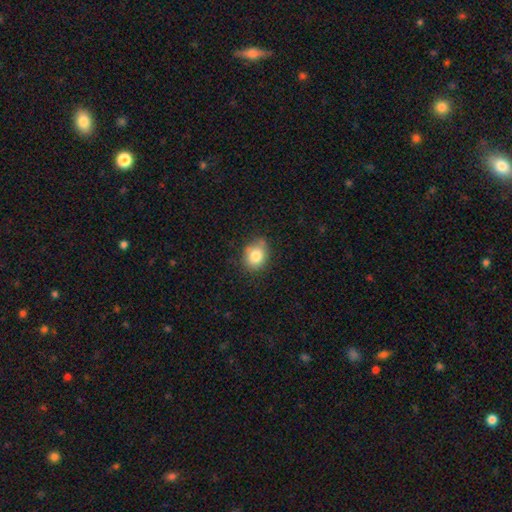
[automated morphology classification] Smooth or featured: smooth — 81% (star or artifact — 10%)
How rounded: round — 55% (in between — 44%)
Merging: none — 70% (minor disturbance — 22%)